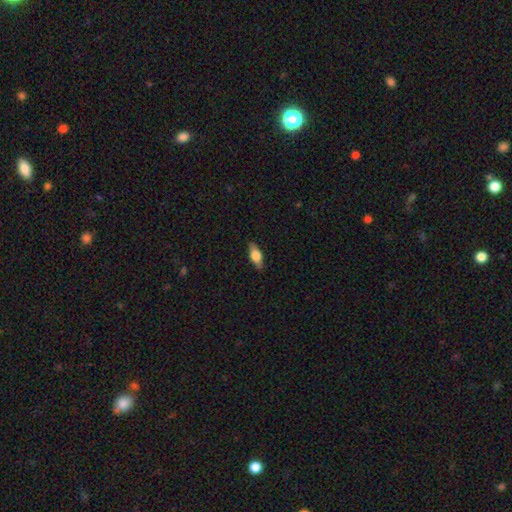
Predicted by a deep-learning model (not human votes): A smooth galaxy with no disk features (52%) that is in between round and cigar-shaped (73%). Merging: none (85%).